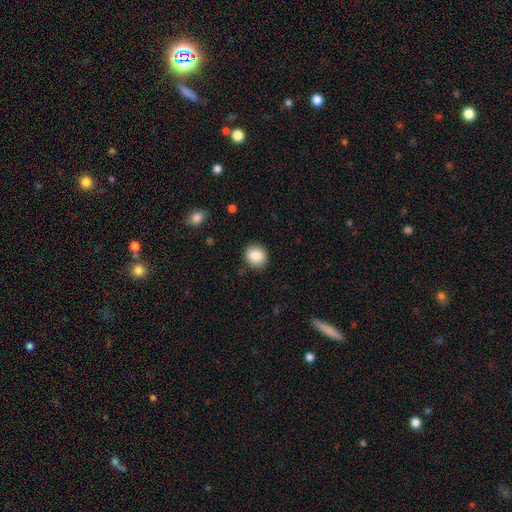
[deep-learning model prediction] This appears to be a smooth galaxy with no disk features (86%) that is round (78%). Merging: none (87%).